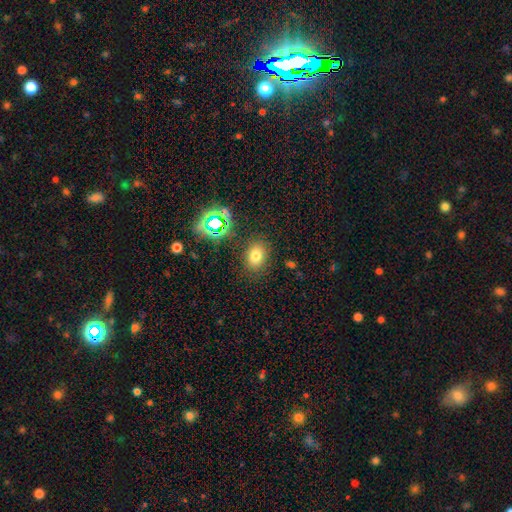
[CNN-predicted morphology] smooth 72%, star or artifact 19%, featured or disk 9%. Down the decision tree: how rounded — in between (65%); merging — none (83%).